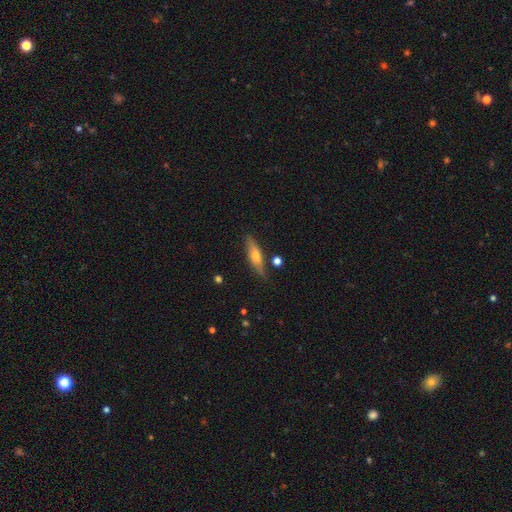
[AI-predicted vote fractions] The model was most divided on "smooth or featured": featured or disk: 49%, smooth: 44%, star or artifact: 7%. More confident: merging — none (80%).